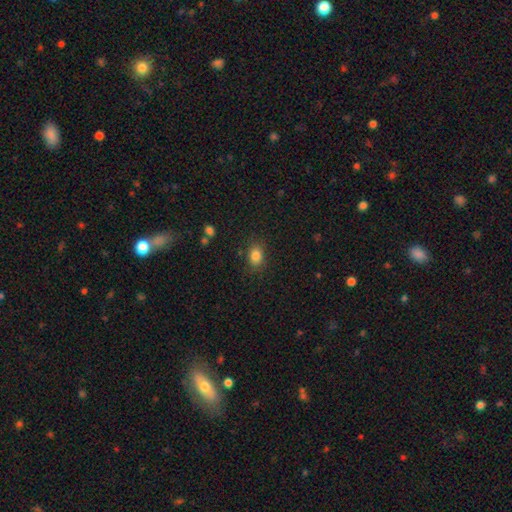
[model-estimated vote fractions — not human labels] A smooth galaxy with no disk features (84%) that is in between round and cigar-shaped (74%).

Vote fractions:
- Smooth or featured? smooth: 84% / star or artifact: 10% / featured or disk: 5%
- How rounded? in between: 74% / round: 25% / cigar-shaped: 1%
- Merging? none: 83% / minor disturbance: 12% / major disturbance: 3% / merger: 2%